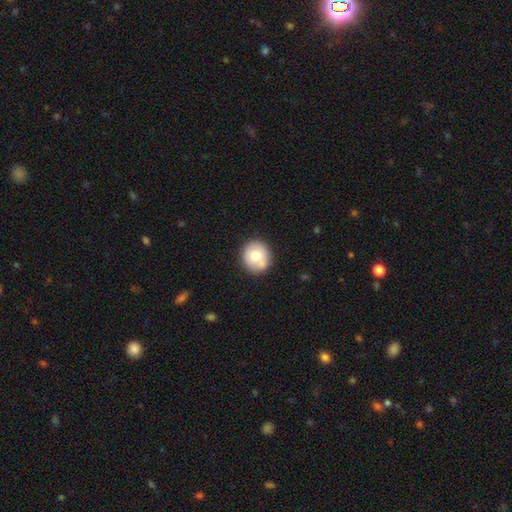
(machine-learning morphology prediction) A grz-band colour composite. It shows a smooth galaxy with no disk features (72%) that is round (83%). Merging: none (78%).